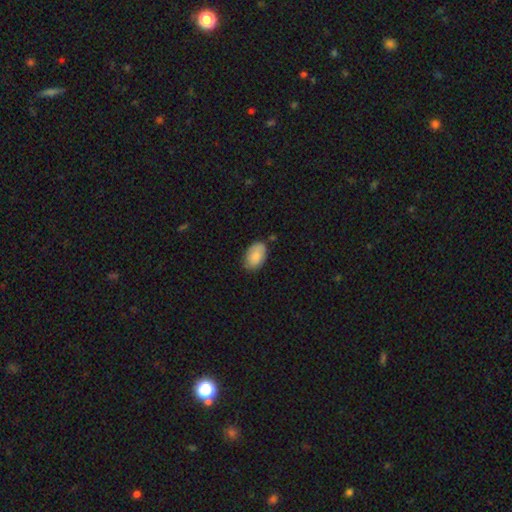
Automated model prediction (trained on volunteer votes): Smooth or featured: smooth — 85% (featured or disk — 8%)
How rounded: in between — 91% (round — 8%)
Merging: none — 75% (minor disturbance — 19%)